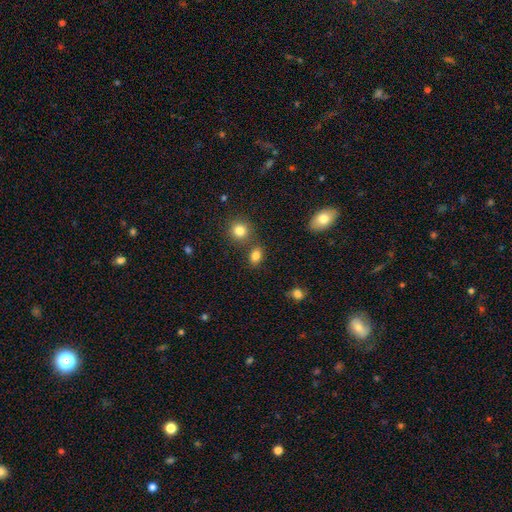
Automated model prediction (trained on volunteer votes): The model was most divided on "how rounded": in between: 70%, round: 28%, cigar-shaped: 2%. More confident: smooth or featured — smooth (83%); merging — none (74%).